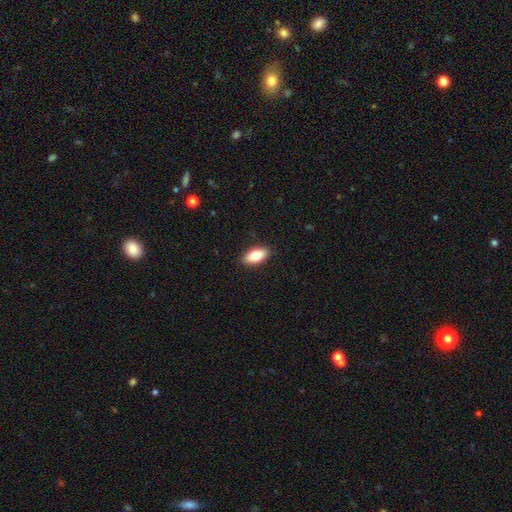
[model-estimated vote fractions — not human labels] Q: Smooth or featured?
A: smooth (80%); runner-up: featured or disk (14%)
Q: How rounded?
A: in between (87%); runner-up: cigar-shaped (10%)
Q: Merging?
A: none (90%); runner-up: minor disturbance (8%)